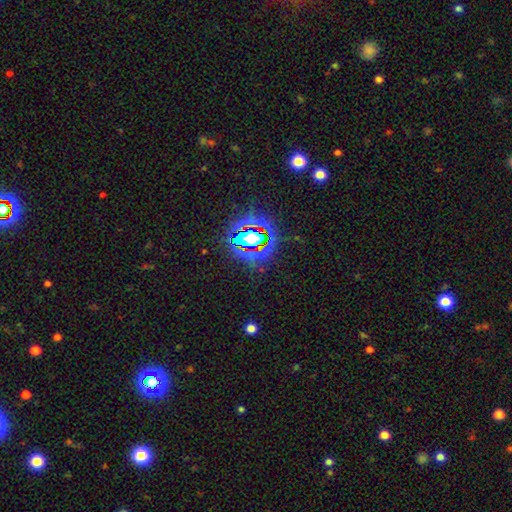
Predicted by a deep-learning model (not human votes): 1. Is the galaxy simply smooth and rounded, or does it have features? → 82% star or artifact, 11% smooth, 7% featured or disk.